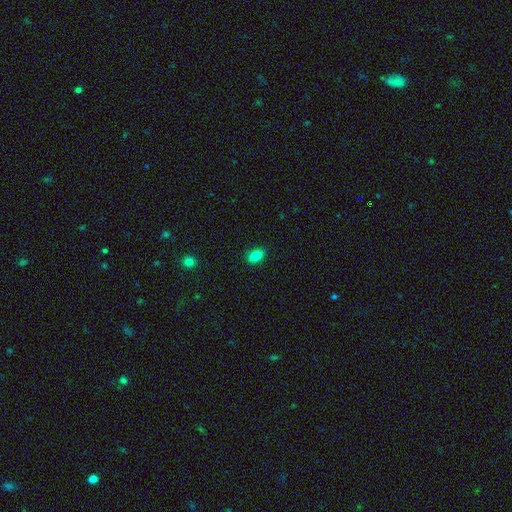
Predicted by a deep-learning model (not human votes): This appears to be a smooth galaxy with no disk features (85%) that is in between round and cigar-shaped (84%). Merging: none (86%).